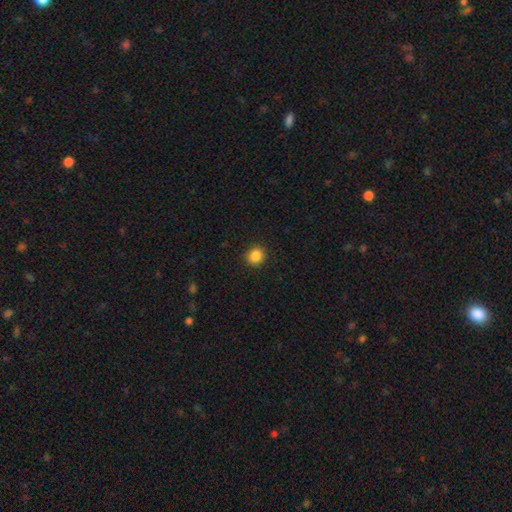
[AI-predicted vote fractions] This appears to be a smooth galaxy with no disk features (86%) that is round (89%). Merging: none (90%).